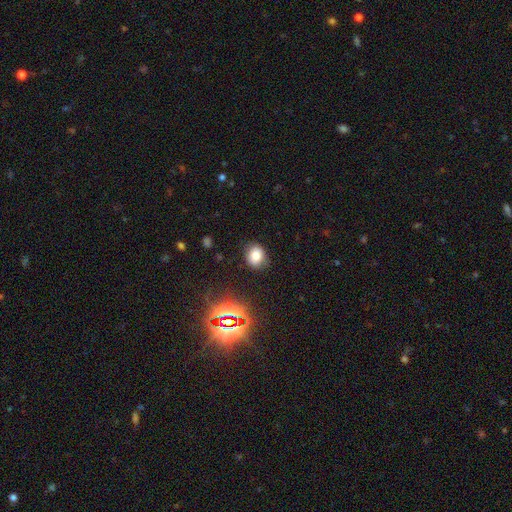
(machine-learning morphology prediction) smooth 76%, star or artifact 15%, featured or disk 9%. Down the decision tree: how rounded — round (59%); merging — none (83%).